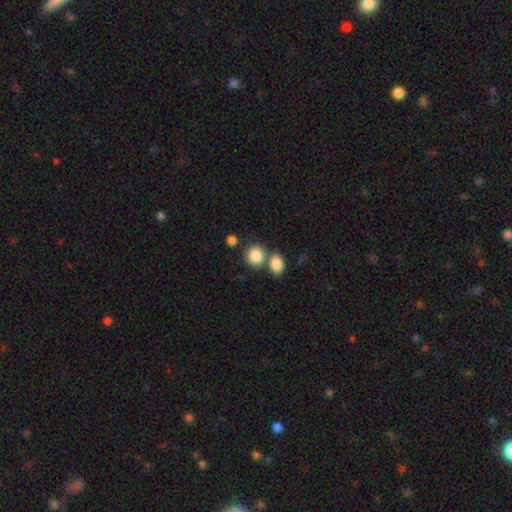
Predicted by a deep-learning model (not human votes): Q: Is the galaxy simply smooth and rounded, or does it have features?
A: smooth — 86%.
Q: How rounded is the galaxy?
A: round — 74%.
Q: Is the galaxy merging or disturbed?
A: none — 53%.